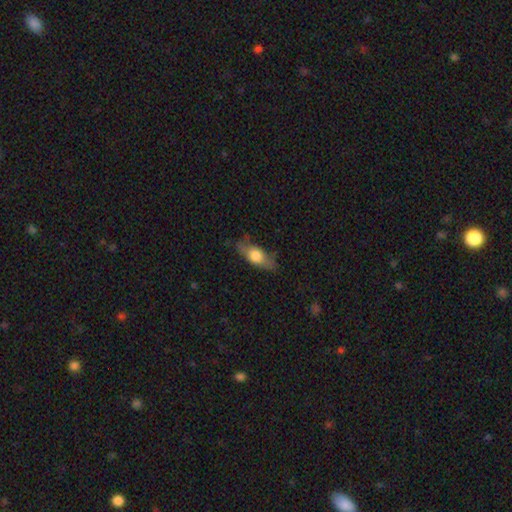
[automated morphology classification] type=smooth (62%); roundness=in between (70%); merging=none (72%).